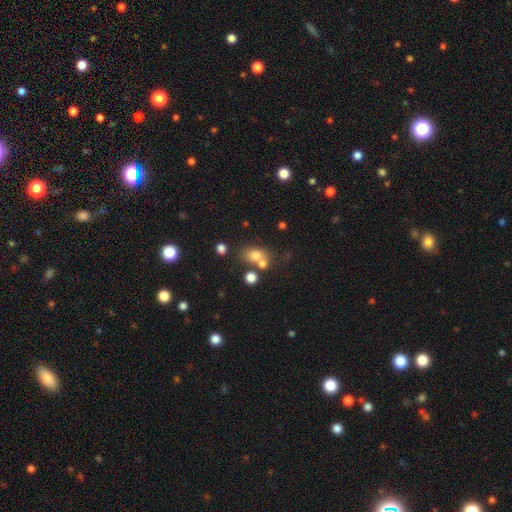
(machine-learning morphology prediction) smooth-or-featured: smooth: 71% | star or artifact: 16% | featured or disk: 13%
  how-rounded: in between: 51% | round: 48% | cigar-shaped: 2%
  merging: none: 48% | merger: 33% | minor disturbance: 12% | major disturbance: 6%